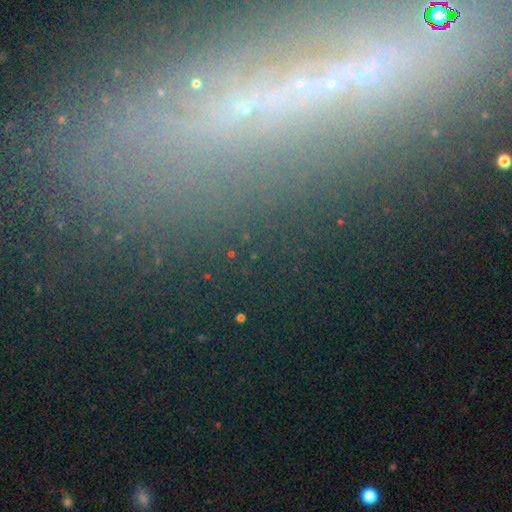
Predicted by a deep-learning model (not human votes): Smooth or featured: star or artifact — 50% (featured or disk — 28%)